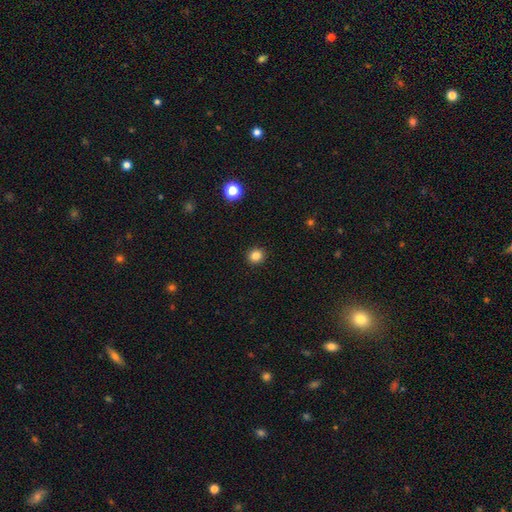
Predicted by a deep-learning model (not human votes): Smooth or featured? smooth (83%)
How rounded? round (89%)
Merging? none (93%)